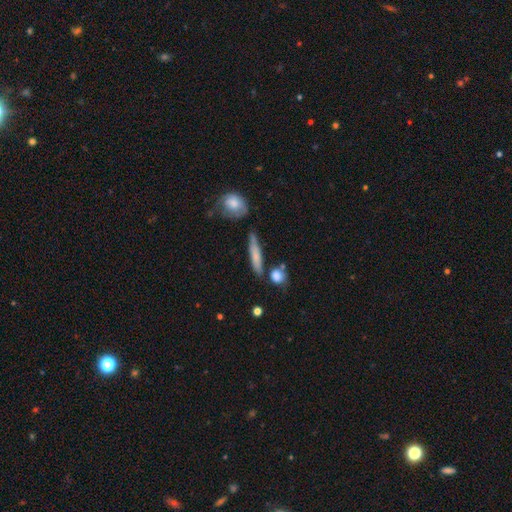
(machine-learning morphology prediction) Smooth or featured? Predicted: smooth (p=0.69). How rounded? Predicted: cigar-shaped (p=0.83). Merging? Predicted: none (p=0.70).